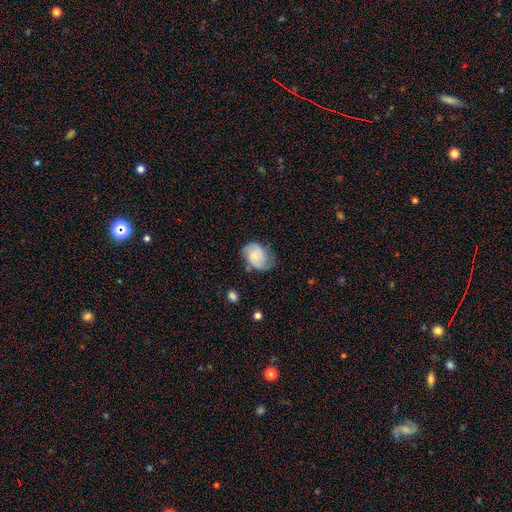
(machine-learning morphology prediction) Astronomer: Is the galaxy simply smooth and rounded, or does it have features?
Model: smooth — 47% (runner-up: featured or disk, 45%).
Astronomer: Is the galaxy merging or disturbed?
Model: none — 52% (runner-up: minor disturbance, 32%).